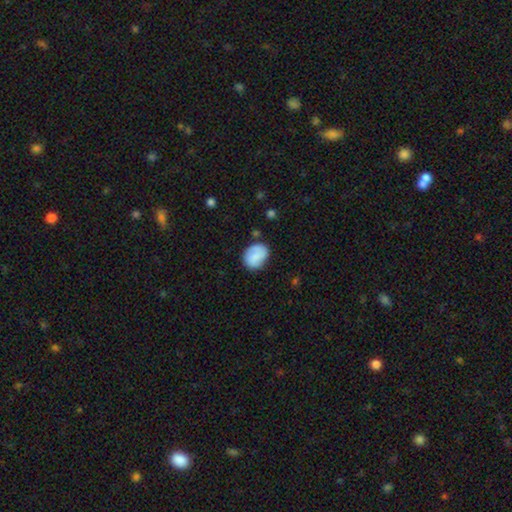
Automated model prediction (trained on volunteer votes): Smooth or featured: smooth — 73% (featured or disk — 19%)
How rounded: in between — 52% (round — 47%)
Merging: none — 73% (minor disturbance — 19%)